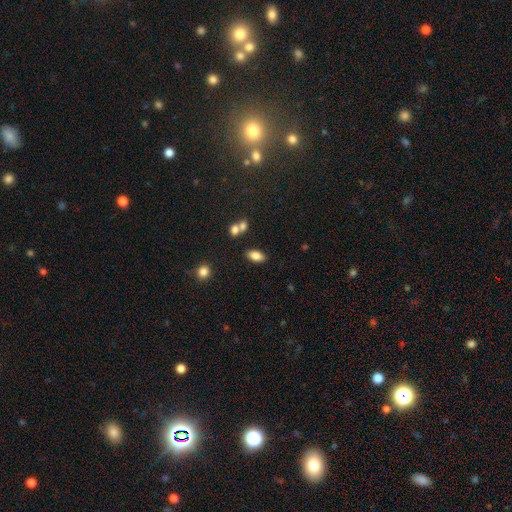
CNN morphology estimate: type=smooth (82%); roundness=in between (91%); merging=none (79%).